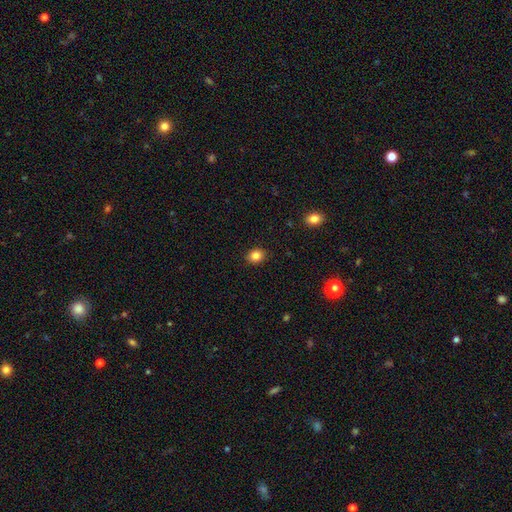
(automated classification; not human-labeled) Smooth or featured? smooth (85%)
How rounded? round (56%)
Merging? none (90%)